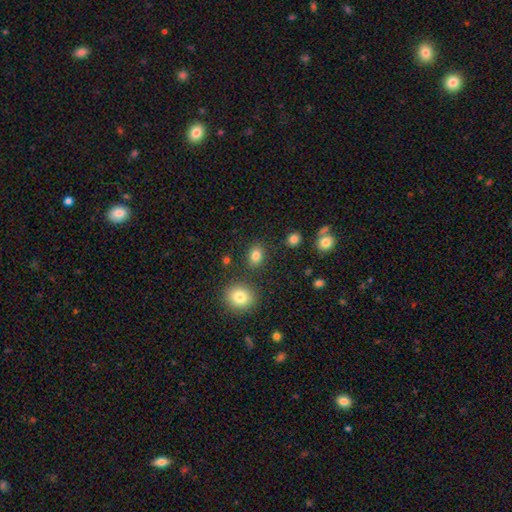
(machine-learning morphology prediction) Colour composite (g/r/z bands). It shows a smooth galaxy with no disk features (83%) that is in between round and cigar-shaped (61%). Merging: none (83%).